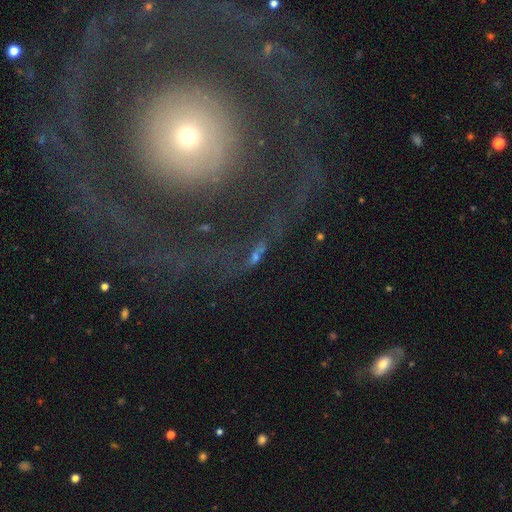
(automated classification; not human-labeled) A featured or disk galaxy (50%).

Vote fractions:
- Smooth or featured? featured or disk: 50% / smooth: 31% / star or artifact: 19%
- Merging? none: 51% / major disturbance: 34% / minor disturbance: 10% / merger: 5%